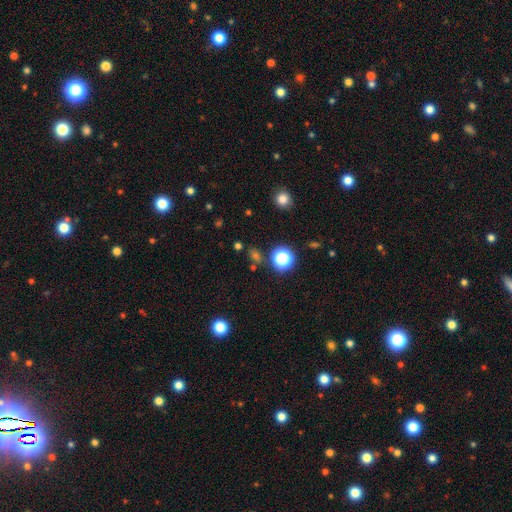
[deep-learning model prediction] Morphology: type=star or artifact (50%).